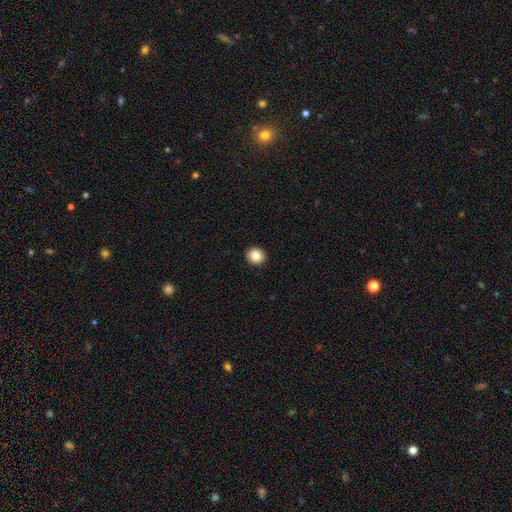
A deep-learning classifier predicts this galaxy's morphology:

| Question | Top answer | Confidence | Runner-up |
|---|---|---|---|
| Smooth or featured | smooth | 85% | star or artifact (9%) |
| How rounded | round | 85% | in between (14%) |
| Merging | none | 93% | minor disturbance (5%) |